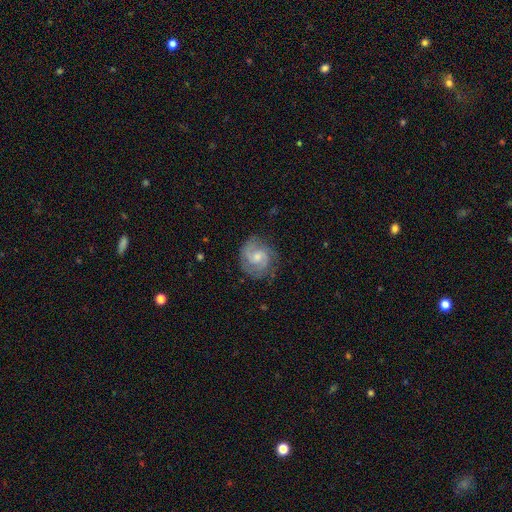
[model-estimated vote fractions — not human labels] Smooth or featured? featured or disk (81%)
Edge-on disk? no (98%)
Bar? no (53%)
Spiral arms? yes (96%)
Spiral winding? tight (47%)
Spiral arm count? 2 (68%)
Bulge size? small (48%)
Merging? none (75%)